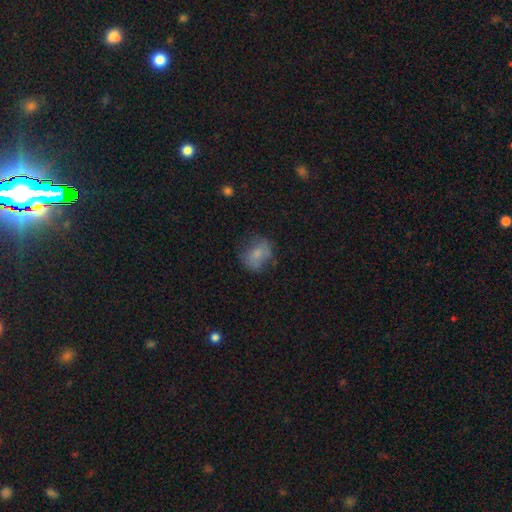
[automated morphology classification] Smooth or featured: smooth — 67% (featured or disk — 23%)
How rounded: round — 50% (in between — 49%)
Merging: none — 52% (minor disturbance — 27%)